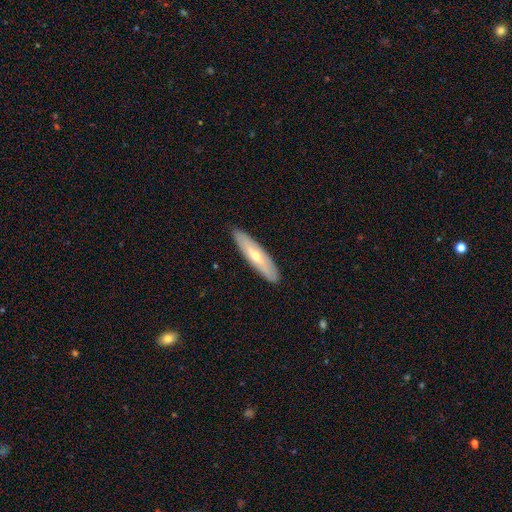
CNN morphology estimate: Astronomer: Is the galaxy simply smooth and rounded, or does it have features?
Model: featured or disk — 50% (runner-up: smooth, 44%).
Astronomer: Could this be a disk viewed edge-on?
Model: yes — 55% (runner-up: no, 45%).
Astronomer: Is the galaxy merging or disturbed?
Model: none — 89%.